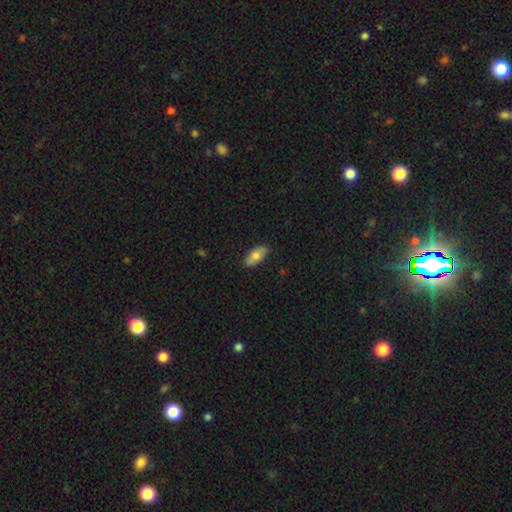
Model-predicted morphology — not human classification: This is likely a smooth galaxy (76%). How rounded: clearly in between (90%). Merging: clearly none (85%).